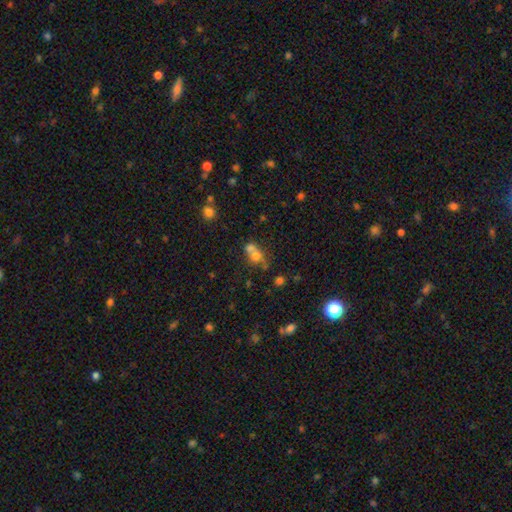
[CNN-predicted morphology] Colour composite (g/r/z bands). It shows a smooth galaxy with no disk features (67%) that is round (66%). Merging: merger (57%).